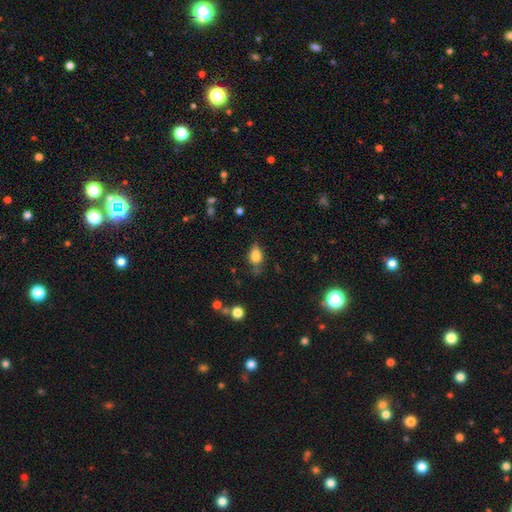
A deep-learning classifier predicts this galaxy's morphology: Overall: smooth (81%). How rounded: in between (78%). Merging: none (56%; minor disturbance 30%).